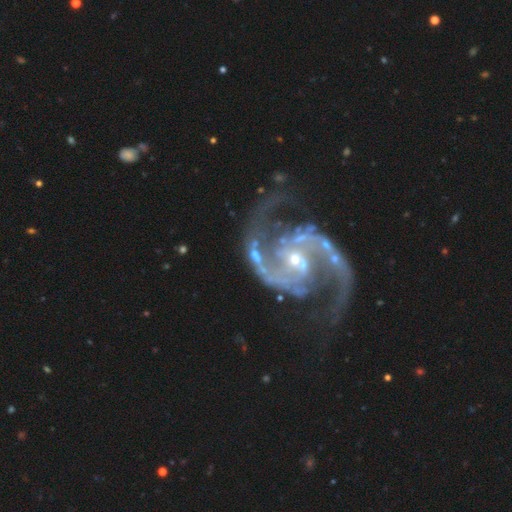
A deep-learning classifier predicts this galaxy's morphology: smooth_or_featured: featured or disk (p=0.86) [alt: star or artifact p=0.09]
disk_edge_on: no (p=0.98) [alt: yes p=0.02]
bar: no (p=0.51) [alt: weak p=0.30]
has_spiral_arms: yes (p=0.92) [alt: no p=0.08]
spiral_winding: medium (p=0.45) [alt: loose p=0.38]
spiral_arm_count: 2 (p=0.69) [alt: can't tell p=0.09]
bulge_size: small (p=0.67) [alt: moderate p=0.26]
merging: none (p=0.41) [alt: major disturbance p=0.27]